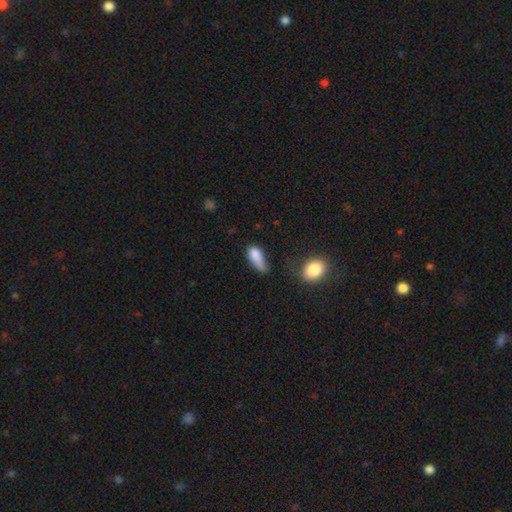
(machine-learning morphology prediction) Smooth or featured? Predicted: smooth (p=0.80). How rounded? Predicted: in between (p=0.79). Merging? Predicted: minor disturbance (p=0.36).